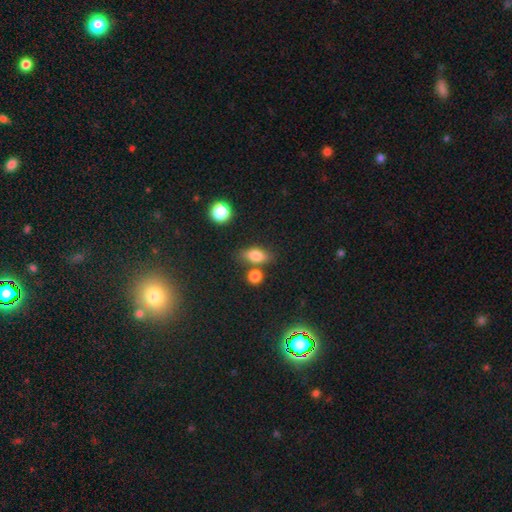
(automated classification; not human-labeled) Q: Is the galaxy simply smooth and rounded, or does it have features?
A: smooth — 80%.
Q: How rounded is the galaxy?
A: in between — 78%.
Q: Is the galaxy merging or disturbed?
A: none — 69%.